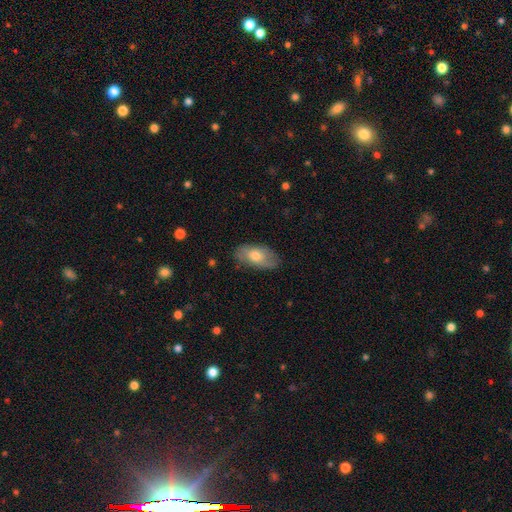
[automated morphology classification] Smooth or featured?
  - smooth: 64% *
  - featured or disk: 30%
  - star or artifact: 6%
How rounded?
  - in between: 91% *
  - round: 5%
  - cigar-shaped: 4%
Merging?
  - none: 75% *
  - minor disturbance: 19%
  - major disturbance: 4%
  - merger: 1%